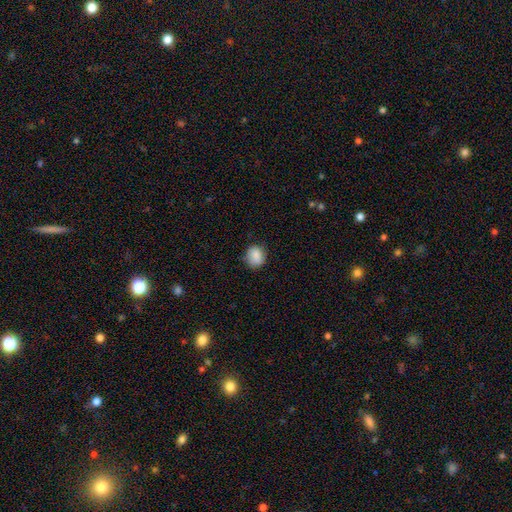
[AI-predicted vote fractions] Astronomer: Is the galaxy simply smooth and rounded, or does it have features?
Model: smooth — 86%.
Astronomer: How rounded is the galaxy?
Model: round — 64%.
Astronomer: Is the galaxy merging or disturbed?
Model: none — 78%.